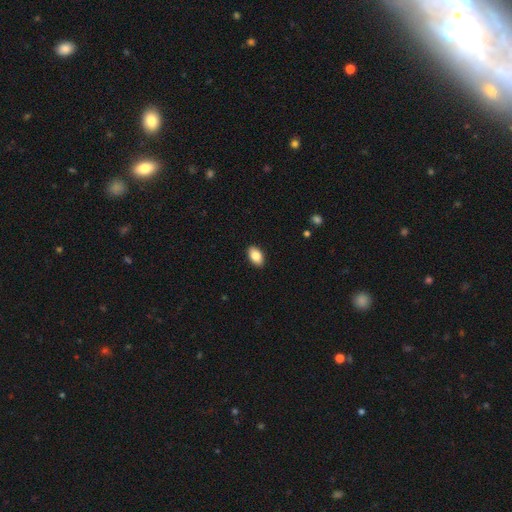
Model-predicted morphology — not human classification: Smooth or featured: smooth — 85% (featured or disk — 8%)
How rounded: in between — 92% (round — 7%)
Merging: none — 90% (minor disturbance — 7%)